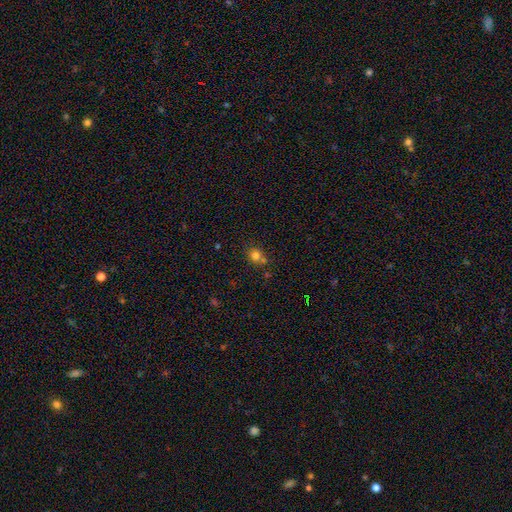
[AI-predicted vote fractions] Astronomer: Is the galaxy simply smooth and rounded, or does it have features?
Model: smooth — 77%.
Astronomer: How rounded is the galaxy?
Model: round — 80%.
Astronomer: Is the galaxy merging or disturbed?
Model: none — 59%.